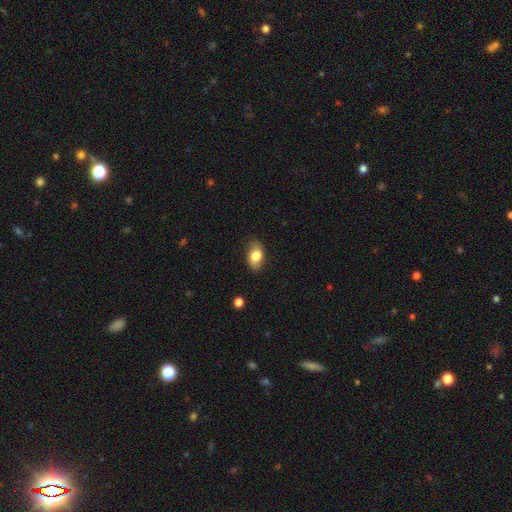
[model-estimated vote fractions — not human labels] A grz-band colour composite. It shows a smooth galaxy with no disk features (80%) that is in between round and cigar-shaped (90%). Merging: none (81%).